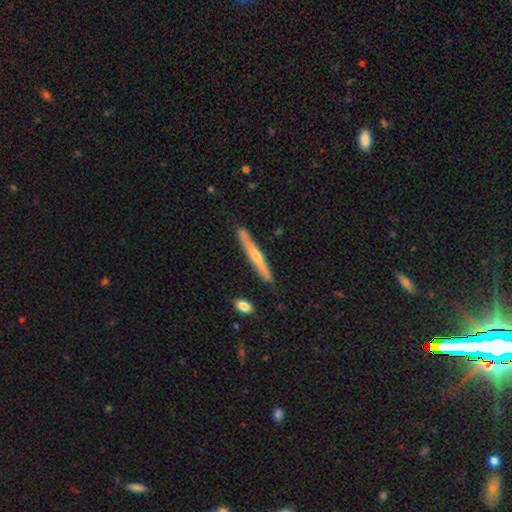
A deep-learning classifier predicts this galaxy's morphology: The model was most divided on "smooth or featured": featured or disk: 56%, smooth: 38%, star or artifact: 6%. More confident: edge-on disk — yes (96%); merging — none (85%); edge-on bulge — rounded (68%).